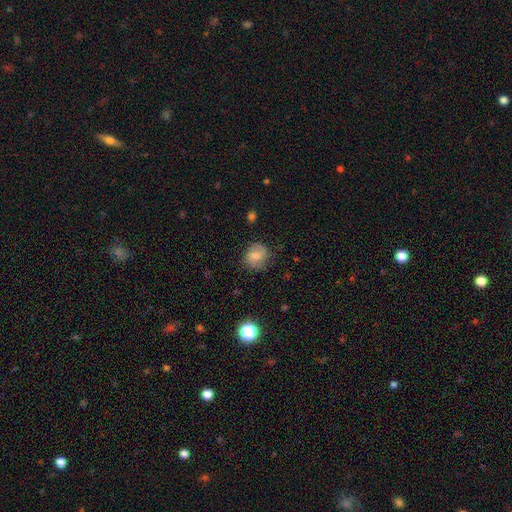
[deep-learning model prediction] This appears to be a smooth galaxy with no disk features (53%) that is round (79%). Merging: none (74%).